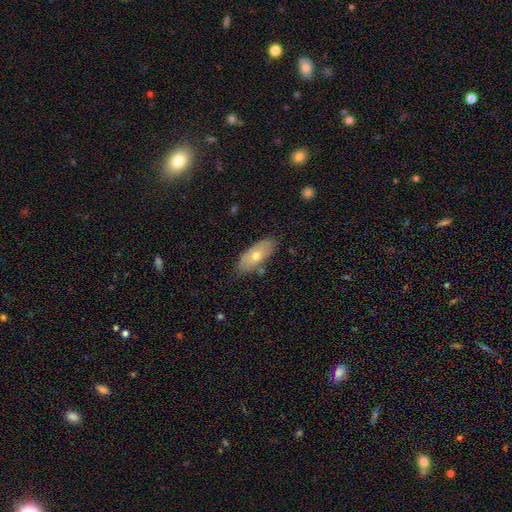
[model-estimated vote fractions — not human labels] Smooth or featured? smooth (59%)
How rounded? in between (84%)
Merging? none (80%)